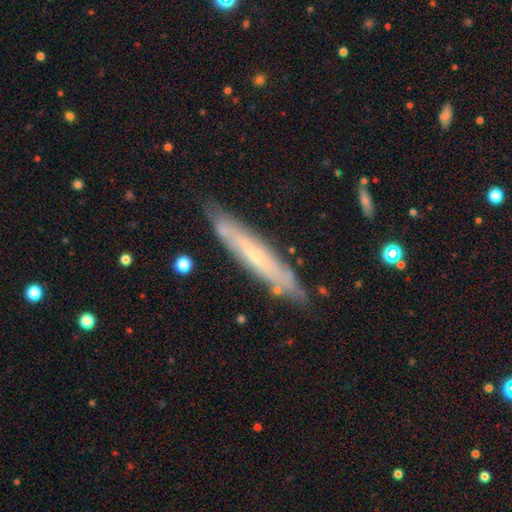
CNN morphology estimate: featured or disk 64%, smooth 30%, star or artifact 7%. Down the decision tree: edge-on disk — yes (64%); merging — none (80%).